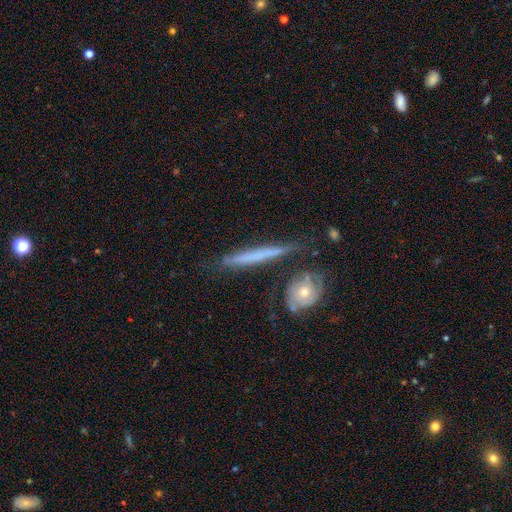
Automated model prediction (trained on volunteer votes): Overall: featured or disk (55%; smooth 38%). Edge-on disk: yes (82%). Merging: none (75%).